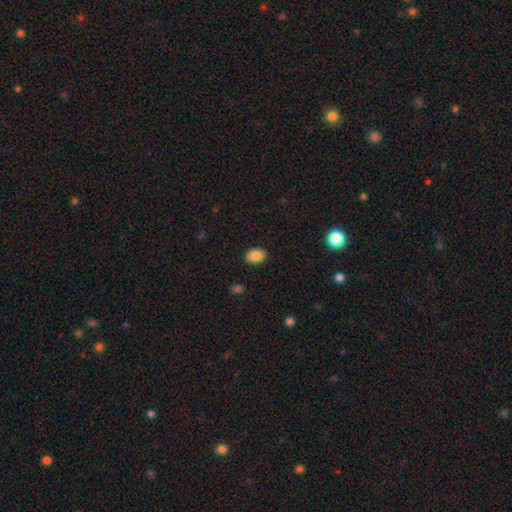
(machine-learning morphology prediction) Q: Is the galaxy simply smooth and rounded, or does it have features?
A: smooth — 86%.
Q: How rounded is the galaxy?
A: in between — 77%.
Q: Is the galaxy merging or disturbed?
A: none — 88%.